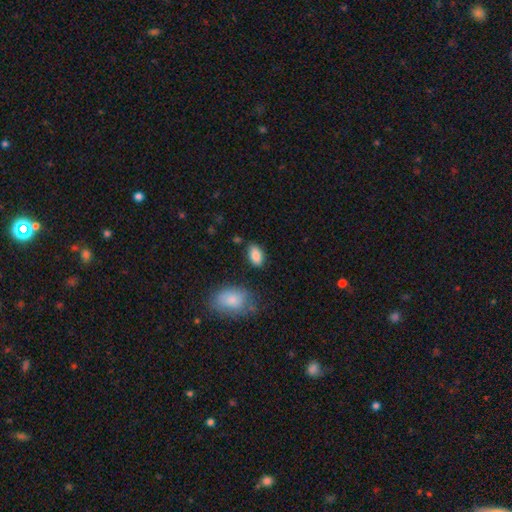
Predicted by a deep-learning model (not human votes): smooth 87%, star or artifact 7%, featured or disk 6%. Down the decision tree: how rounded — in between (92%); merging — none (79%).